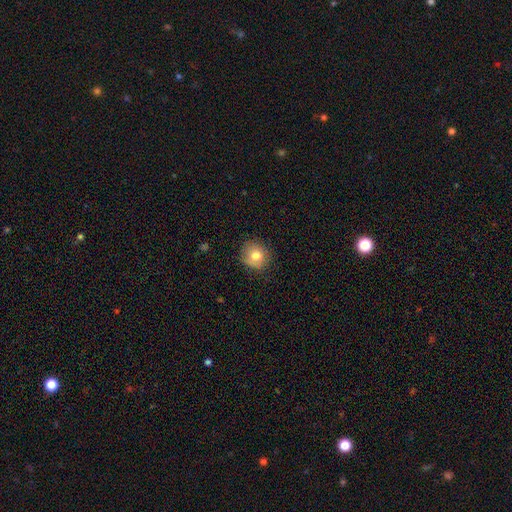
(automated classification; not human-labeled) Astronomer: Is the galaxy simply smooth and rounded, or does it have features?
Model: smooth — 77%.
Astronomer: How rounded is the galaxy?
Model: round — 86%.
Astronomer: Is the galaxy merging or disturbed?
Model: none — 81%.